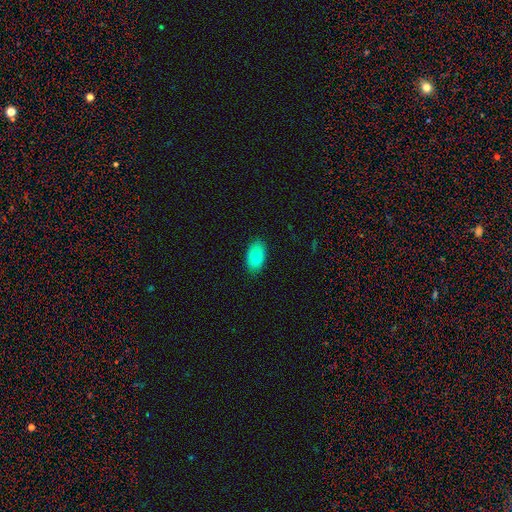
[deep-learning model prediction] The model was most divided on "smooth or featured": smooth: 85%, featured or disk: 8%, star or artifact: 7%. More confident: how rounded — in between (94%); merging — none (88%).